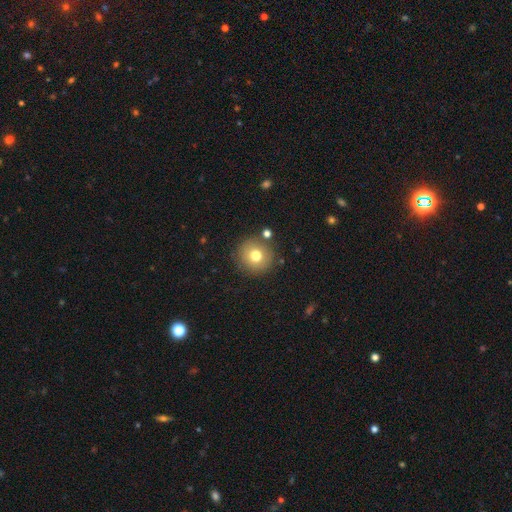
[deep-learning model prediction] Overall: smooth (75%). How rounded: round (92%). Merging: none (85%).